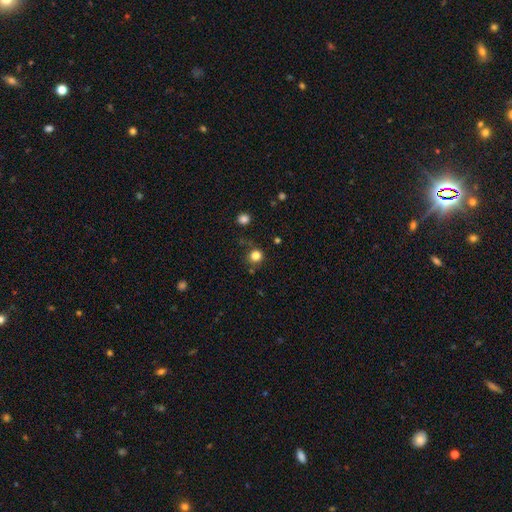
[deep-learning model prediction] Smooth or featured: smooth — 82% (star or artifact — 13%)
How rounded: round — 91% (in between — 8%)
Merging: none — 79% (minor disturbance — 13%)